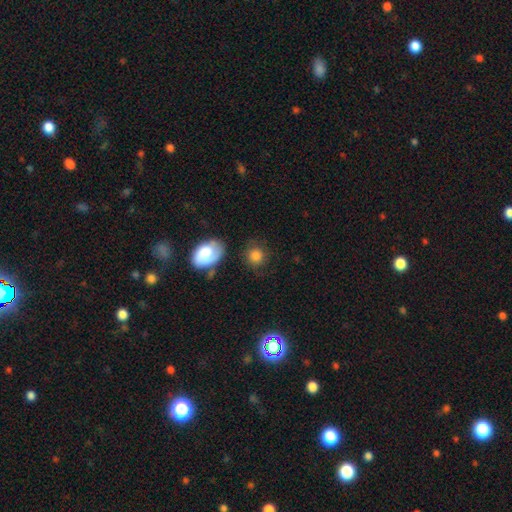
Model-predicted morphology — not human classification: Smooth or featured?
  - smooth: 80% *
  - featured or disk: 10%
  - star or artifact: 9%
How rounded?
  - round: 80% *
  - in between: 19%
  - cigar-shaped: 1%
Merging?
  - none: 71% *
  - minor disturbance: 17%
  - major disturbance: 7%
  - merger: 5%